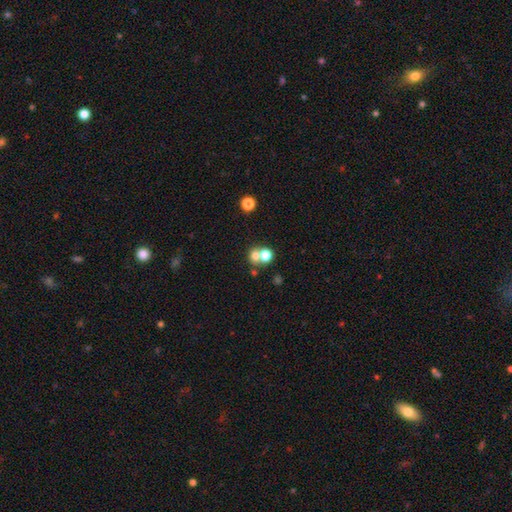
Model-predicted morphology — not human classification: smooth 70%, star or artifact 16%, featured or disk 14%. Down the decision tree: how rounded — round (78%); merging — merger (49%).